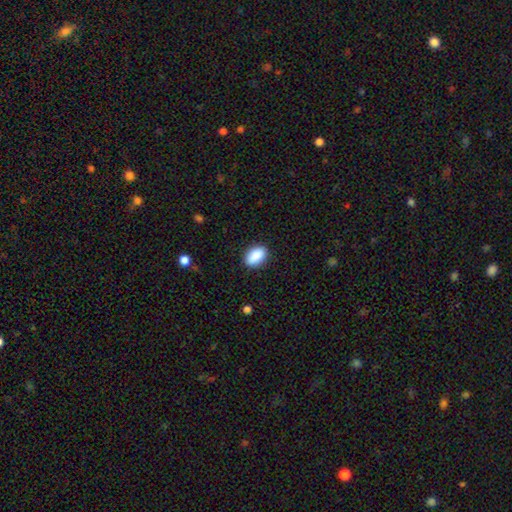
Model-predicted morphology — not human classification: This is clearly a smooth galaxy (90%). How rounded: clearly in between (90%). Merging: clearly none (88%).